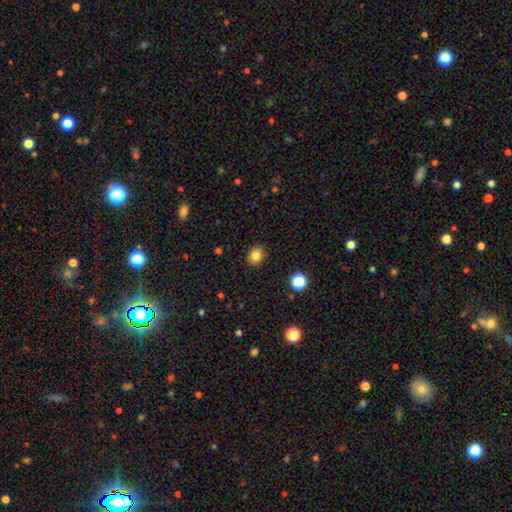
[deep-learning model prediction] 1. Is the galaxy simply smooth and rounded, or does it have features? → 83% smooth, 11% star or artifact, 6% featured or disk.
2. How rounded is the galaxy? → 62% round, 37% in between, 1% cigar-shaped.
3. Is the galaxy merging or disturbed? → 90% none, 7% minor disturbance, 2% major disturbance, 1% merger.